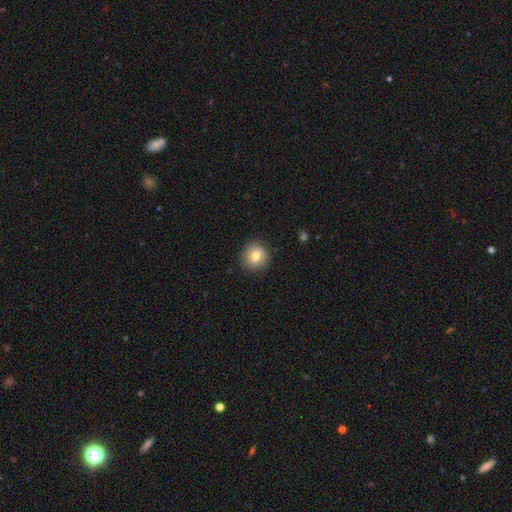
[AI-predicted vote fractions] Morphology: type=smooth (79%); roundness=round (90%); merging=none (86%).